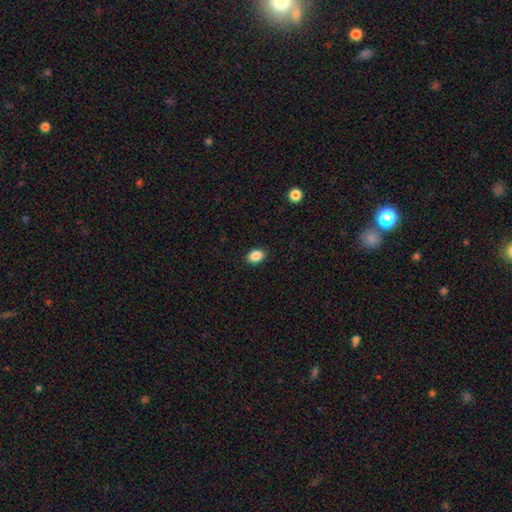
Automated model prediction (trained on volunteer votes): Morphology: type=smooth (88%); roundness=in between (72%); merging=none (90%).